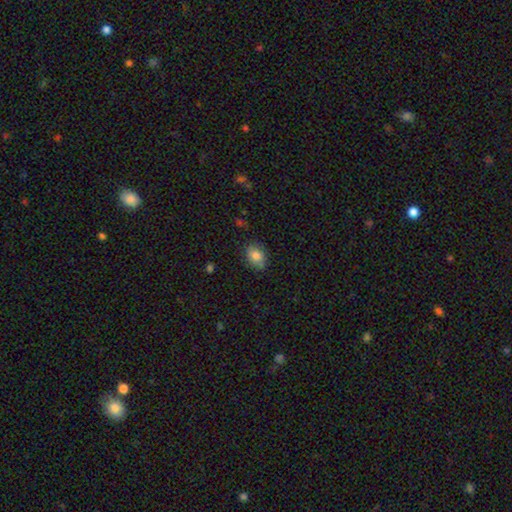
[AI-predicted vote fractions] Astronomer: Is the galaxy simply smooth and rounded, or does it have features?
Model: smooth — 82%.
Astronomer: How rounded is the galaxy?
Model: in between — 76%.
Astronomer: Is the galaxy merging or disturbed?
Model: none — 78%.